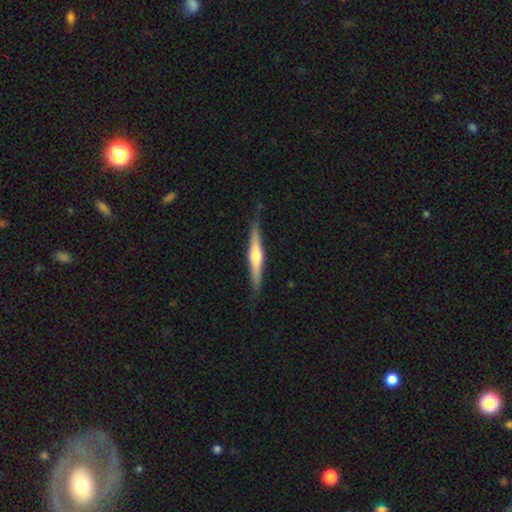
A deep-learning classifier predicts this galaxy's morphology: Smooth or featured? Predicted: featured or disk (p=0.64). Edge-on disk? Predicted: yes (p=0.97). Edge-on bulge? Predicted: rounded (p=0.84). Merging? Predicted: none (p=0.84).